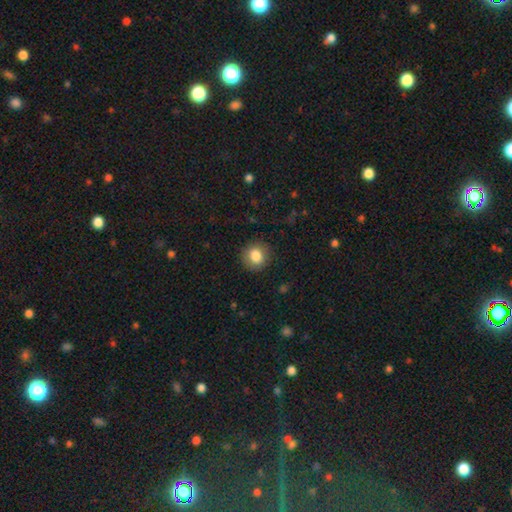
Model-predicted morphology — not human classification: A smooth galaxy with no disk features (84%) that is round (83%).

Vote fractions:
- Smooth or featured? smooth: 84% / star or artifact: 9% / featured or disk: 7%
- How rounded? round: 83% / in between: 16% / cigar-shaped: 1%
- Merging? none: 87% / minor disturbance: 9% / major disturbance: 3% / merger: 1%